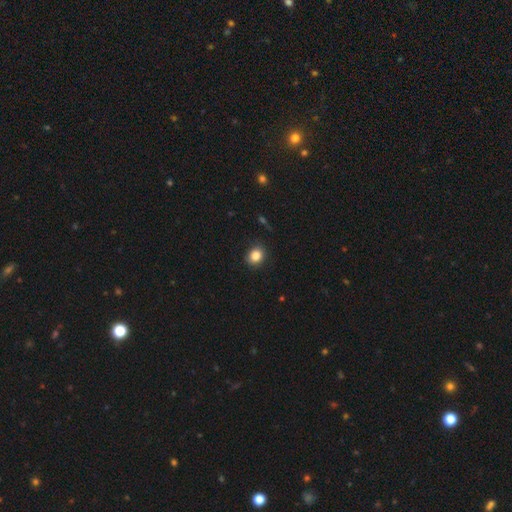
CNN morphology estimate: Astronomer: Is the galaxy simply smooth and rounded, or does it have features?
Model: smooth — 86%.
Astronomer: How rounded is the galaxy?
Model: round — 61% (runner-up: in between, 38%).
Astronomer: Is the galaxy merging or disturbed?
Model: none — 87%.